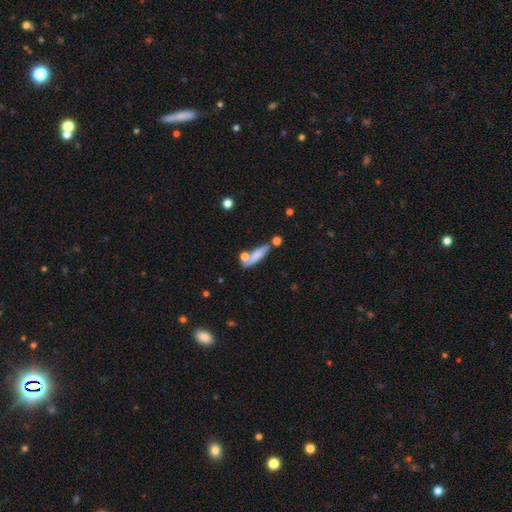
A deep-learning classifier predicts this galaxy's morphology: Q: Smooth or featured?
A: smooth (67%); runner-up: featured or disk (25%)
Q: How rounded?
A: cigar-shaped (66%); runner-up: in between (30%)
Q: Merging?
A: none (54%); runner-up: merger (21%)